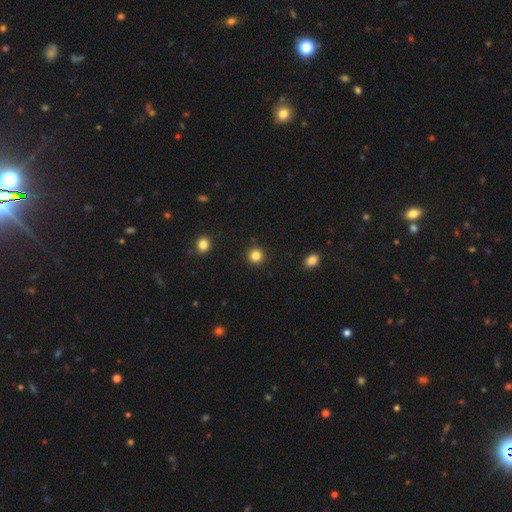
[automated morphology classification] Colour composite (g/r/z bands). It shows a smooth galaxy with no disk features (84%) that is round (94%). Merging: none (92%).